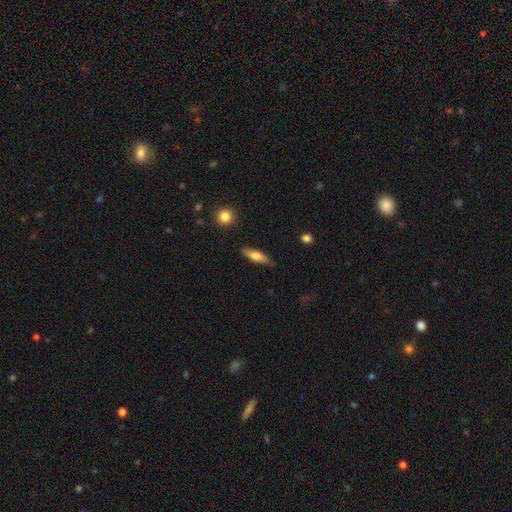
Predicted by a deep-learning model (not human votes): smooth_or_featured: smooth (p=0.69) [alt: featured or disk p=0.25]
how_rounded: cigar-shaped (p=0.51) [alt: in between p=0.46]
merging: none (p=0.81) [alt: minor disturbance p=0.15]